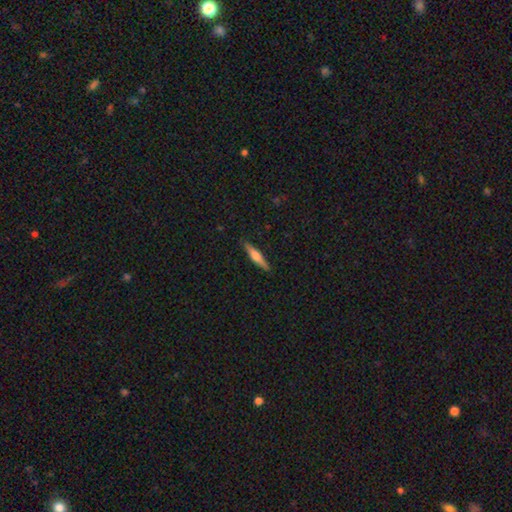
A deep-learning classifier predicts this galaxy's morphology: Smooth or featured? Predicted: featured or disk (p=0.49). Merging? Predicted: none (p=0.89).